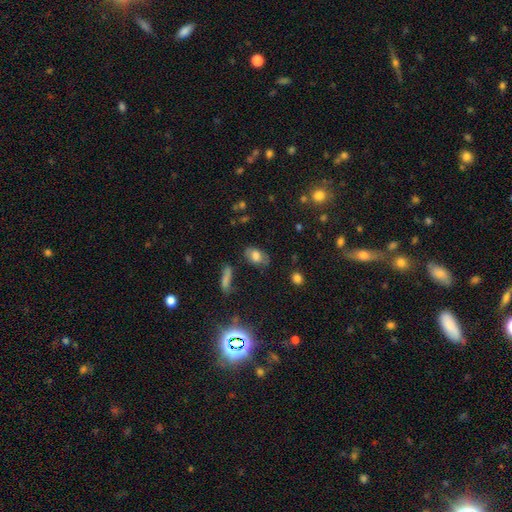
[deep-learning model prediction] This is likely a smooth galaxy (70%). How rounded: clearly in between (87%). Merging: likely none (69%).